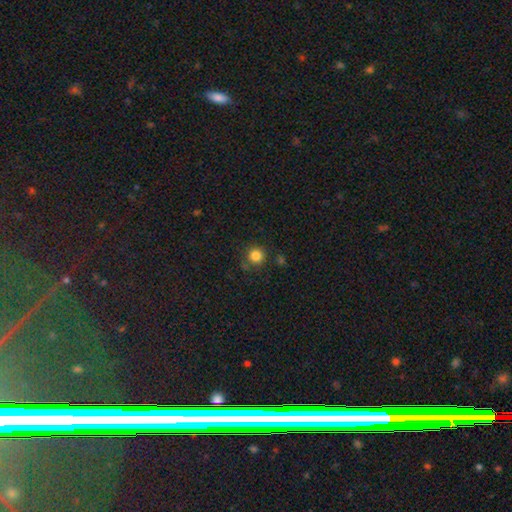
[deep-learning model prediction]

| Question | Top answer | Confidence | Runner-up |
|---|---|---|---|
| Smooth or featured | smooth | 82% | star or artifact (13%) |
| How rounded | round | 94% | in between (5%) |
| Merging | none | 83% | minor disturbance (10%) |